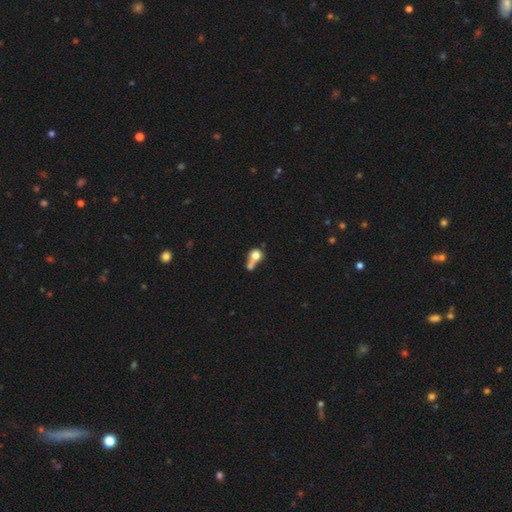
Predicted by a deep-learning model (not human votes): Smooth or featured? Predicted: smooth (p=0.68). How rounded? Predicted: round (p=0.64). Merging? Predicted: merger (p=0.55).